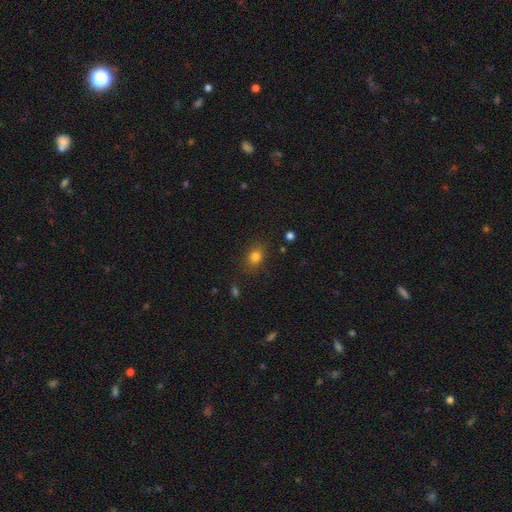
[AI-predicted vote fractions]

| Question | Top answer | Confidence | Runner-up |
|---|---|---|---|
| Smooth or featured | smooth | 80% | star or artifact (13%) |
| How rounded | in between | 53% | round (46%) |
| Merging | none | 83% | minor disturbance (12%) |